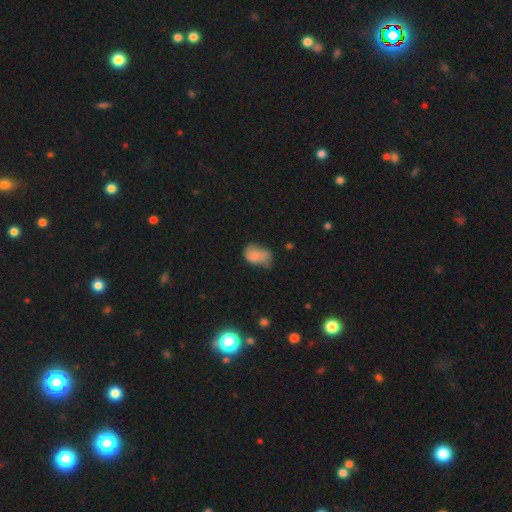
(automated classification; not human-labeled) Smooth or featured?
  - smooth: 74% *
  - featured or disk: 16%
  - star or artifact: 10%
How rounded?
  - in between: 83% *
  - round: 16%
  - cigar-shaped: 1%
Merging?
  - minor disturbance: 41% *
  - none: 36%
  - major disturbance: 17%
  - merger: 6%